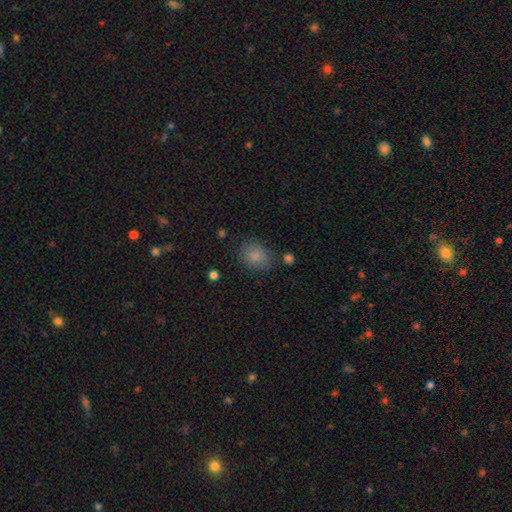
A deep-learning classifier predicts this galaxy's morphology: smooth-or-featured: smooth: 84% | star or artifact: 10% | featured or disk: 7%
  how-rounded: in between: 63% | round: 36% | cigar-shaped: 1%
  merging: none: 77% | minor disturbance: 15% | major disturbance: 5% | merger: 3%